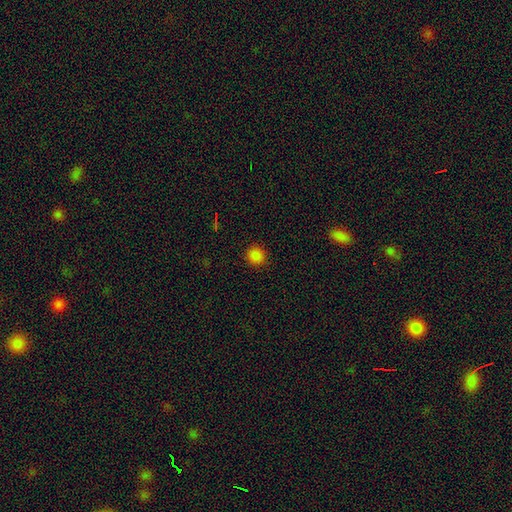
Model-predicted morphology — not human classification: This is clearly a smooth galaxy (83%). How rounded: clearly round (90%). Merging: clearly none (91%).